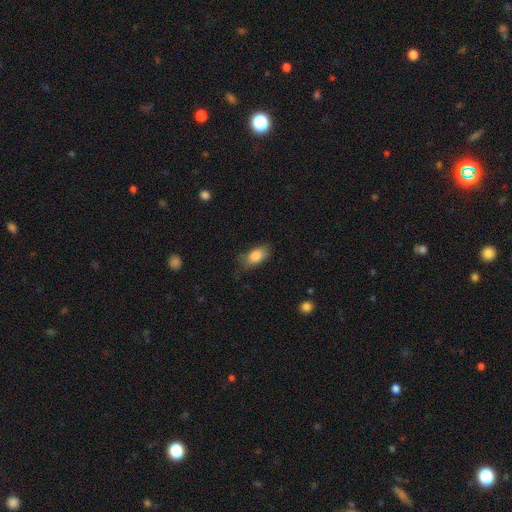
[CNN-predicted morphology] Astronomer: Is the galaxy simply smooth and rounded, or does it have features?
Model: smooth — 83%.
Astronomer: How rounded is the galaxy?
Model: in between — 88%.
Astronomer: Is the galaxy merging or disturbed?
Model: none — 70%.